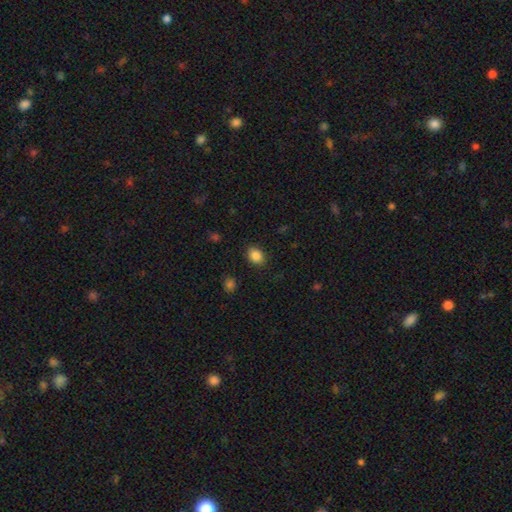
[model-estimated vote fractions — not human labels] Smooth or featured? Predicted: smooth (p=0.86). How rounded? Predicted: in between (p=0.65). Merging? Predicted: none (p=0.87).